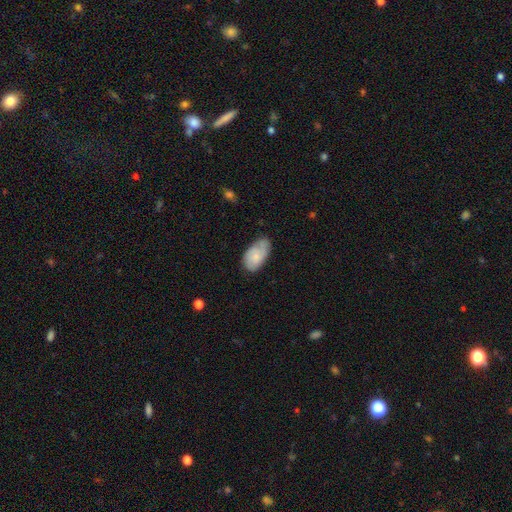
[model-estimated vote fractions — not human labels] Morphology: type=smooth (62%); roundness=in between (94%); merging=none (54%).